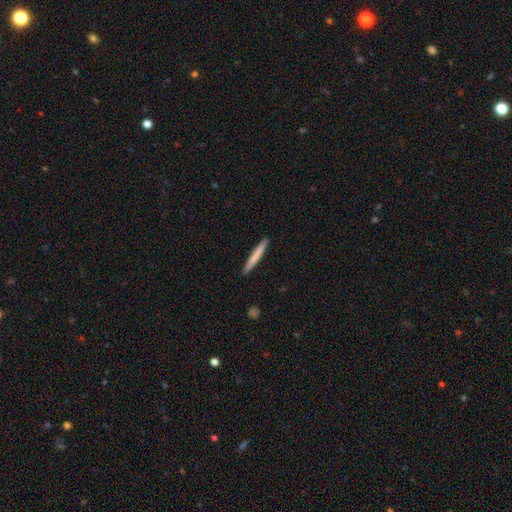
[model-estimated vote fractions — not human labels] Q: Smooth or featured?
A: smooth (74%); runner-up: featured or disk (21%)
Q: How rounded?
A: cigar-shaped (97%); runner-up: in between (2%)
Q: Merging?
A: none (91%); runner-up: minor disturbance (6%)